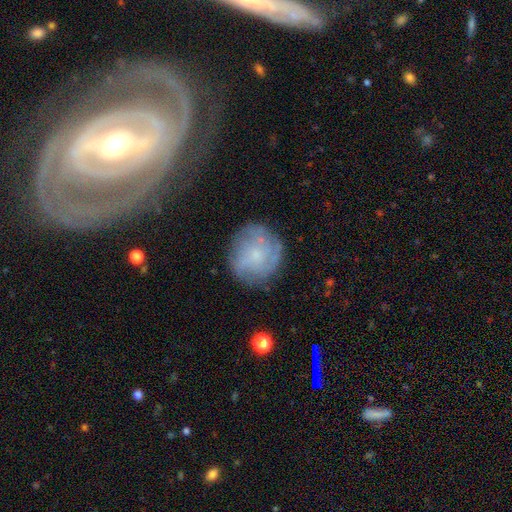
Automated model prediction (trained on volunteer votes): smooth-or-featured: featured or disk: 57% | smooth: 34% | star or artifact: 9%
  disk-edge-on: no: 97% | yes: 3%
    bar: no: 76% | weak: 21% | strong: 3%
    has-spiral-arms: yes: 82% | no: 18%
    bulge-size: small: 62% | moderate: 18% | none: 17% | large: 2% | dominant: 1%
  merging: none: 75% | minor disturbance: 16% | major disturbance: 7% | merger: 2%